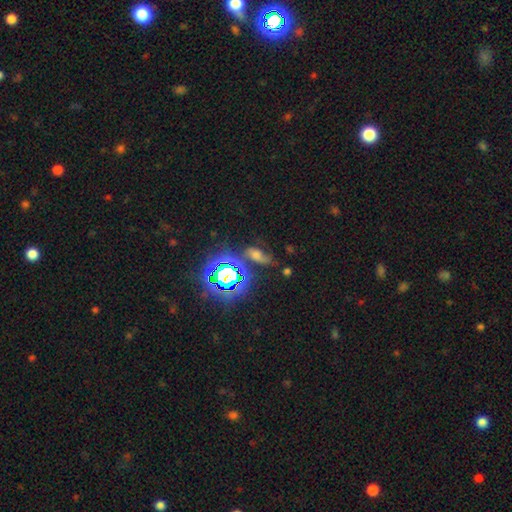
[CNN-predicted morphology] Smooth or featured?
  - star or artifact: 47% *
  - smooth: 29%
  - featured or disk: 24%